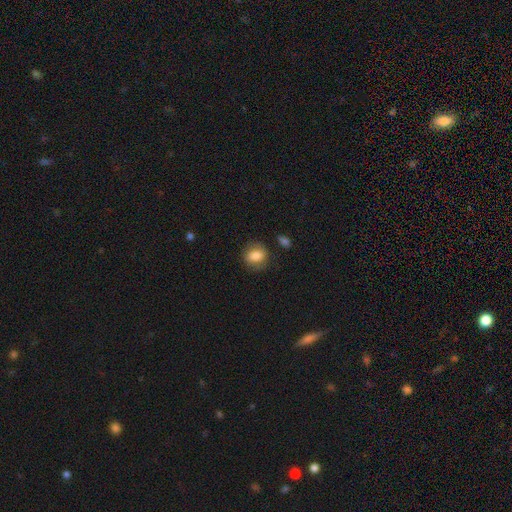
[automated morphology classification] Smooth or featured?
  - smooth: 81% *
  - featured or disk: 11%
  - star or artifact: 8%
How rounded?
  - round: 55% *
  - in between: 44%
  - cigar-shaped: 1%
Merging?
  - none: 80% *
  - minor disturbance: 14%
  - major disturbance: 4%
  - merger: 2%